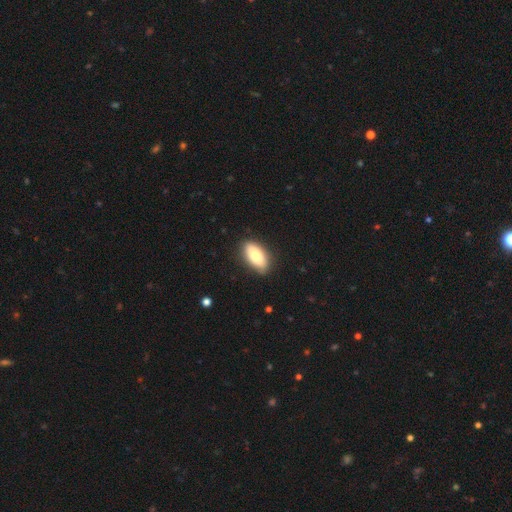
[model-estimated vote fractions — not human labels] Q: Smooth or featured?
A: smooth (82%); runner-up: featured or disk (12%)
Q: How rounded?
A: in between (91%); runner-up: cigar-shaped (7%)
Q: Merging?
A: none (86%); runner-up: minor disturbance (11%)